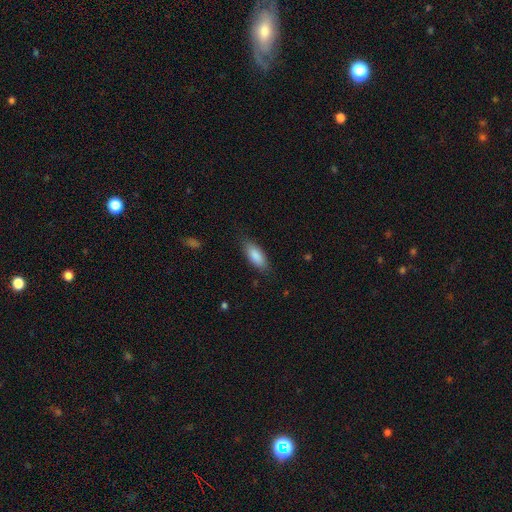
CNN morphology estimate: Smooth or featured? Predicted: smooth (p=0.87). How rounded? Predicted: in between (p=0.77). Merging? Predicted: none (p=0.83).